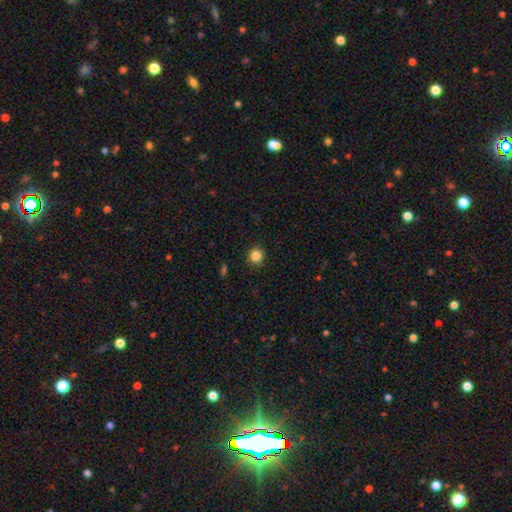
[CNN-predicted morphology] Smooth or featured? smooth (85%)
How rounded? round (93%)
Merging? none (92%)